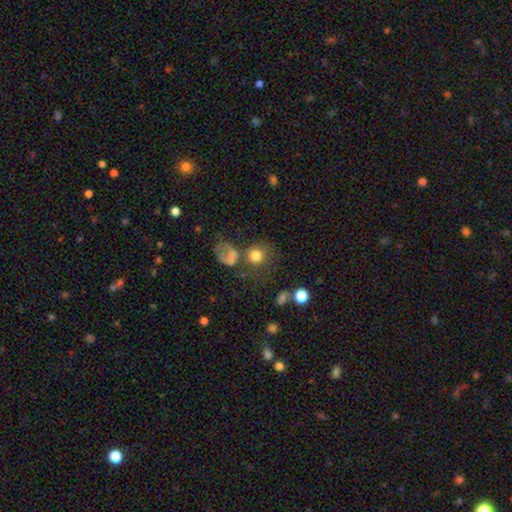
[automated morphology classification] A smooth galaxy with no disk features (77%) that is round (84%). Merging: none (55%).